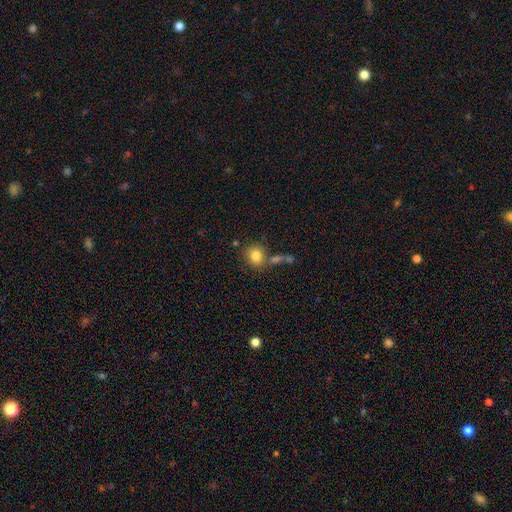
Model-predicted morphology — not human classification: type=smooth (81%); roundness=round (80%); merging=none (70%).